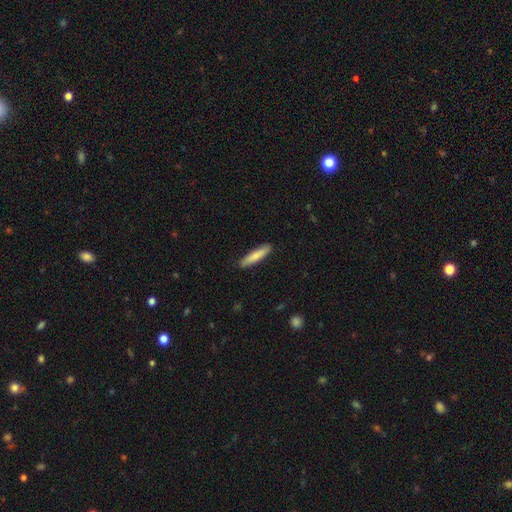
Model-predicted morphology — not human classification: type=smooth (78%); roundness=cigar-shaped (85%); merging=none (89%).